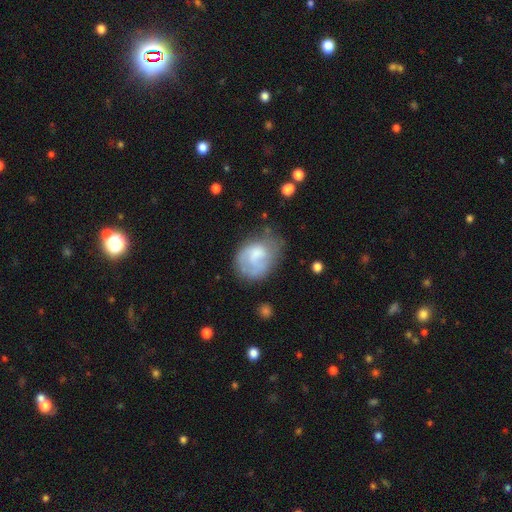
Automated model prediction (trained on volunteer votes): This is possibly a smooth galaxy (53%). How rounded: possibly in between (58%). Merging: marginally none (42%).